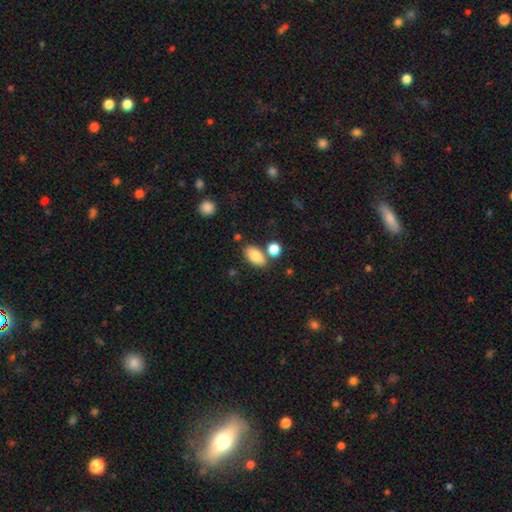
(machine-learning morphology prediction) This is clearly a smooth galaxy (85%). How rounded: clearly in between (91%). Merging: likely none (70%).